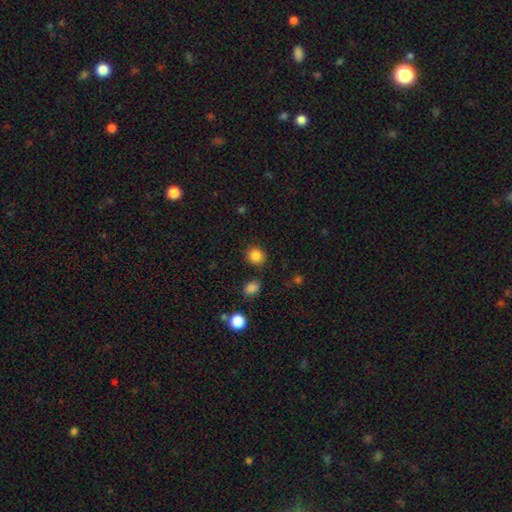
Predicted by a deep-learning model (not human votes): smooth 85%, star or artifact 11%, featured or disk 3%. Down the decision tree: how rounded — round (88%); merging — none (85%).